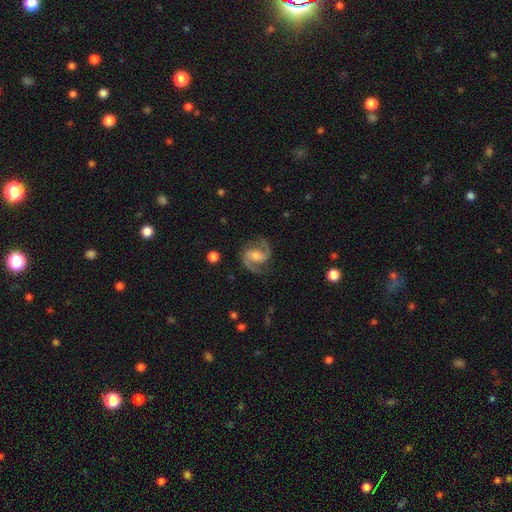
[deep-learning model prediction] Smooth or featured?
  - featured or disk: 90% *
  - smooth: 5%
  - star or artifact: 5%
Edge-on disk?
  - no: 98% *
  - yes: 2%
Bar?
  - weak: 45% *
  - no: 34%
  - strong: 21%
Spiral arms?
  - yes: 98% *
  - no: 2%
Spiral winding?
  - medium: 63% *
  - tight: 20%
  - loose: 18%
Spiral arm count?
  - 2: 94% *
  - can't tell: 2%
  - 1: 1%
  - 3: 1%
  - 4: 1%
  - more than 4: 1%
Bulge size?
  - moderate: 51% *
  - small: 33%
  - large: 8%
  - none: 6%
  - dominant: 1%
Merging?
  - none: 81% *
  - minor disturbance: 13%
  - major disturbance: 5%
  - merger: 1%